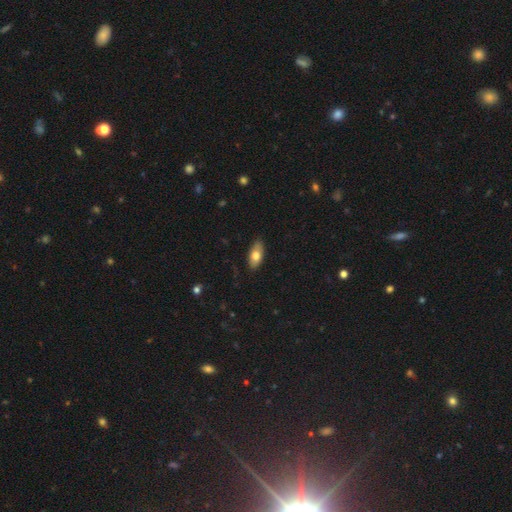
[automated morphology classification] Q: Smooth or featured?
A: smooth (73%); runner-up: featured or disk (21%)
Q: How rounded?
A: in between (88%); runner-up: cigar-shaped (9%)
Q: Merging?
A: none (85%); runner-up: minor disturbance (12%)